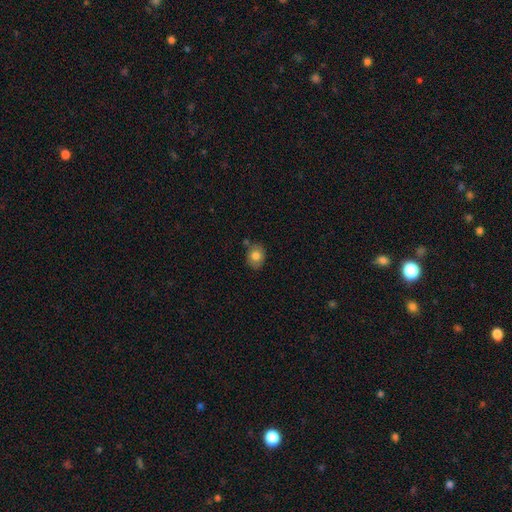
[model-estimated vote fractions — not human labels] Morphology: type=smooth (79%); roundness=in between (52%); merging=none (75%).